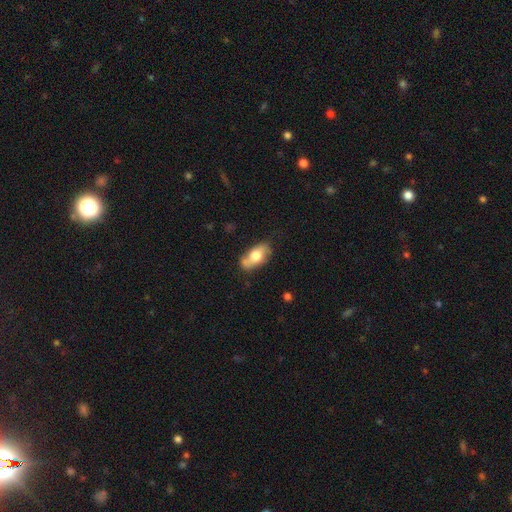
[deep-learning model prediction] smooth 59%, featured or disk 34%, star or artifact 7%. Down the decision tree: how rounded — in between (87%); merging — none (67%).